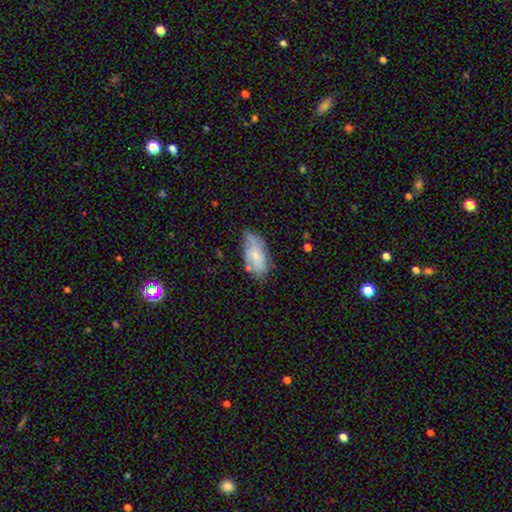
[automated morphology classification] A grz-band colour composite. It shows a smooth galaxy with no disk features (60%) that is in between round and cigar-shaped (91%). Merging: none (55%).